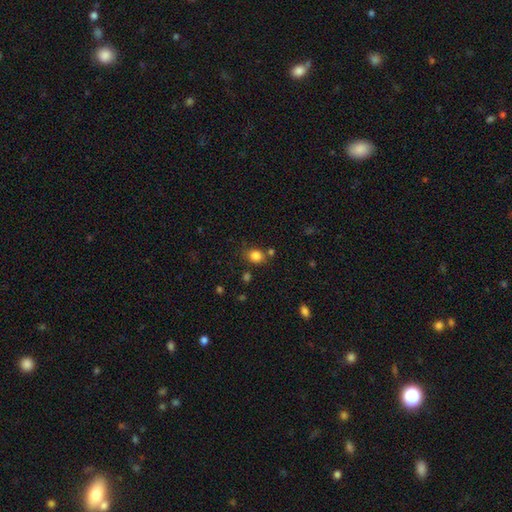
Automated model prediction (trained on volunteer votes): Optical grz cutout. It shows a smooth galaxy with no disk features (83%) that is round (57%). Merging: none (73%).